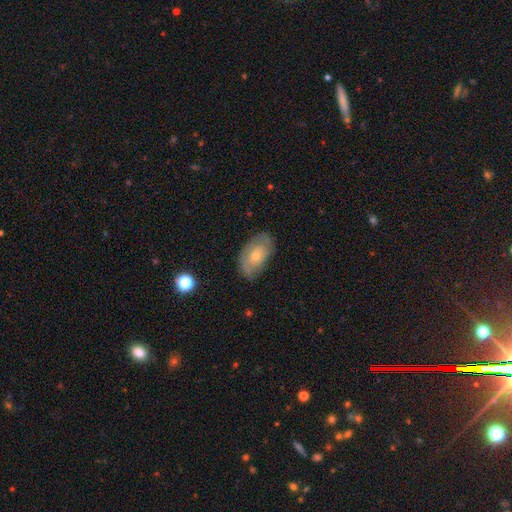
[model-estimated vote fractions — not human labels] This appears to be a featured or disk galaxy (54%). Merging: none (73%).